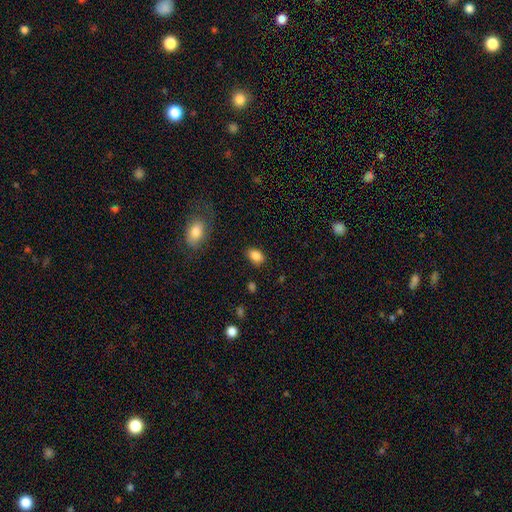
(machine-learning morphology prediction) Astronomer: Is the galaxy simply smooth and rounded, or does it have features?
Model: smooth — 86%.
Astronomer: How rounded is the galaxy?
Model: in between — 82%.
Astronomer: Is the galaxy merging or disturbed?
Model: none — 85%.